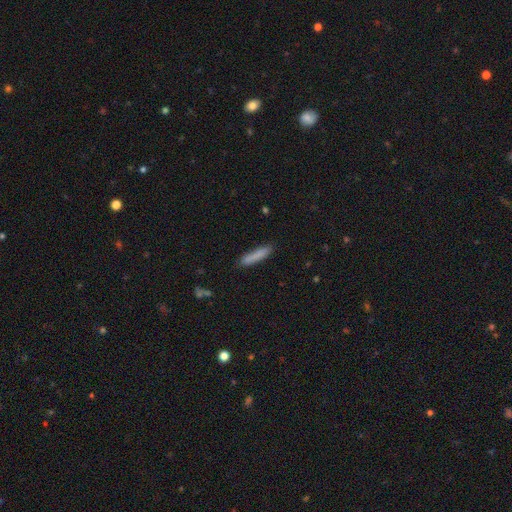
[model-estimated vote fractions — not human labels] Smooth or featured? Predicted: smooth (p=0.83). How rounded? Predicted: cigar-shaped (p=0.88). Merging? Predicted: none (p=0.82).